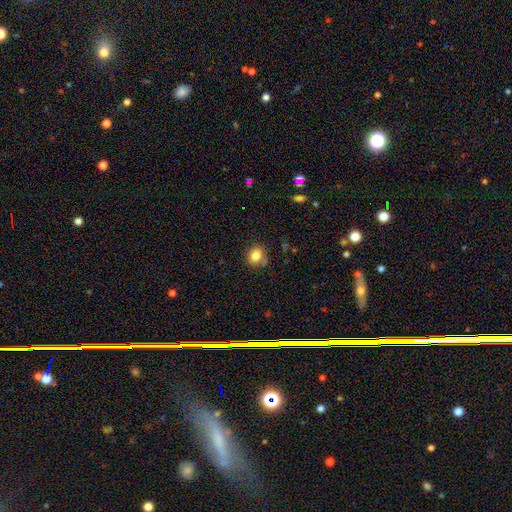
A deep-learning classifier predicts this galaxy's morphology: A smooth galaxy with no disk features (82%) that is round (70%). Merging: none (76%).